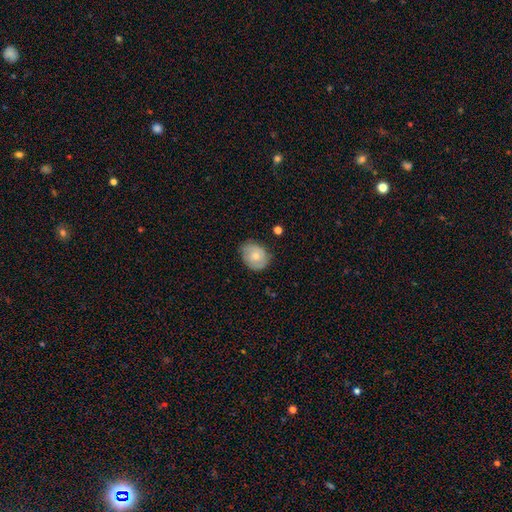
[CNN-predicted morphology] Smooth or featured? Predicted: smooth (p=0.62). How rounded? Predicted: round (p=0.56). Merging? Predicted: none (p=0.71).